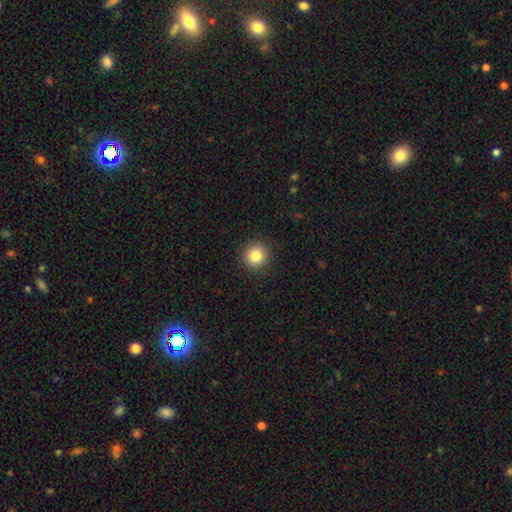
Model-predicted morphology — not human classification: smooth-or-featured: smooth: 84% | star or artifact: 10% | featured or disk: 5%
  how-rounded: round: 95% | in between: 4% | cigar-shaped: 1%
  merging: none: 92% | minor disturbance: 5% | major disturbance: 2% | merger: 1%